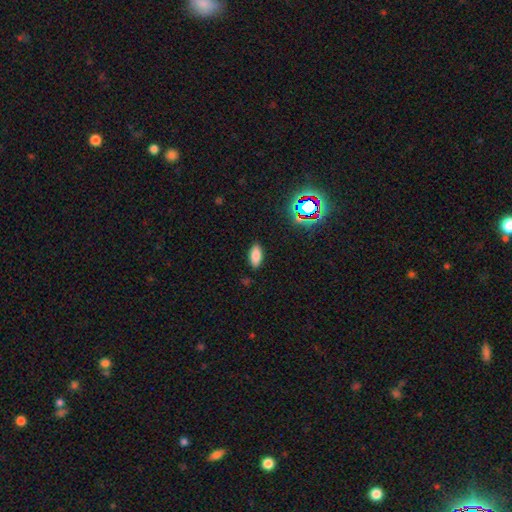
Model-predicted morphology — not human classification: This appears to be a smooth galaxy with no disk features (80%) that is in between round and cigar-shaped (88%). Merging: none (87%).